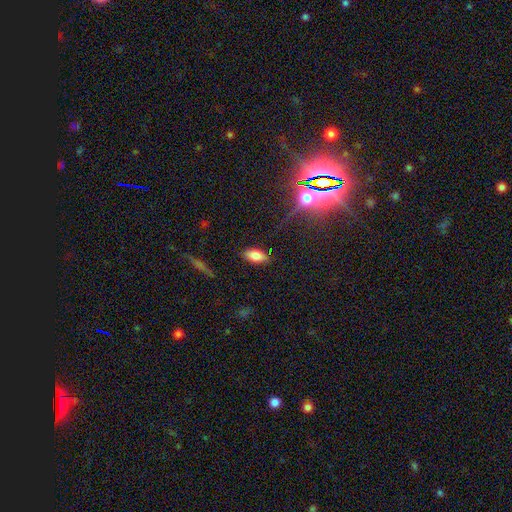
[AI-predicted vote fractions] The model was most divided on "smooth or featured": smooth: 82%, star or artifact: 10%, featured or disk: 9%. More confident: how rounded — in between (91%); merging — none (85%).